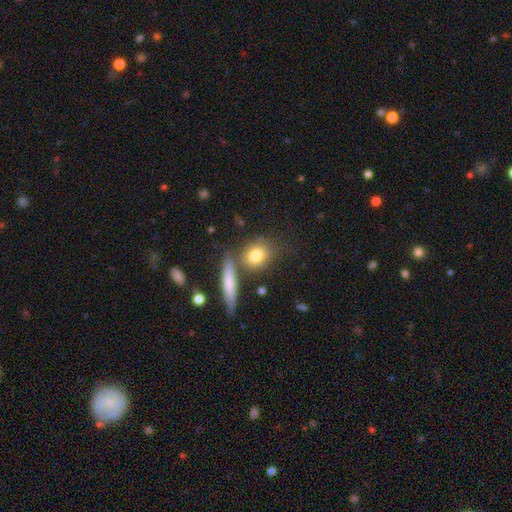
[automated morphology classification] A smooth galaxy with no disk features (79%) that is round (55%).

Vote fractions:
- Smooth or featured? smooth: 79% / featured or disk: 13% / star or artifact: 9%
- How rounded? round: 55% / in between: 37% / cigar-shaped: 8%
- Merging? none: 66% / merger: 18% / minor disturbance: 12% / major disturbance: 4%